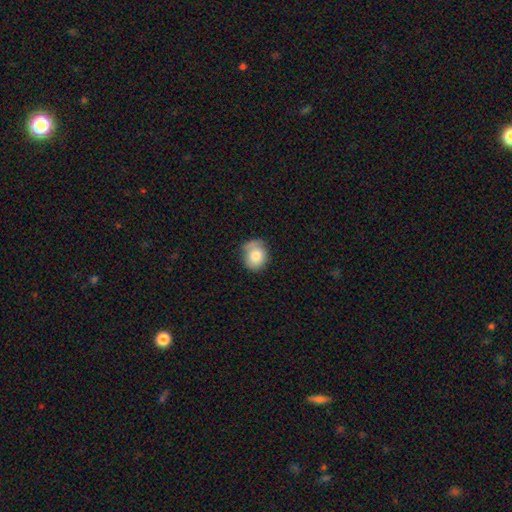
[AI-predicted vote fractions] The model was most divided on "merging": none: 60%, minor disturbance: 27%, major disturbance: 8%, merger: 6%. More confident: smooth or featured — smooth (79%); how rounded — round (66%).